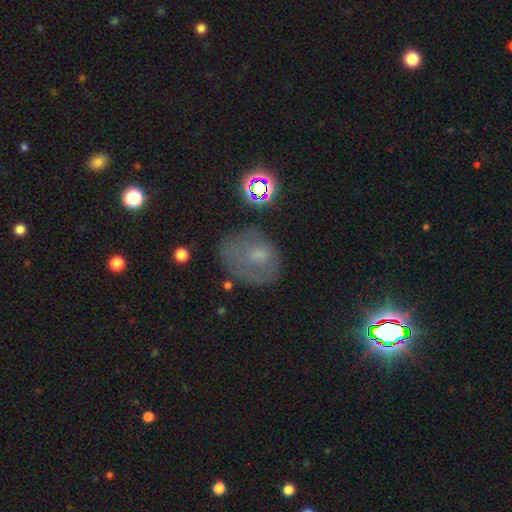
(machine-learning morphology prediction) smooth-or-featured: smooth: 50% | featured or disk: 30% | star or artifact: 20%
  merging: none: 58% | minor disturbance: 24% | major disturbance: 15% | merger: 3%